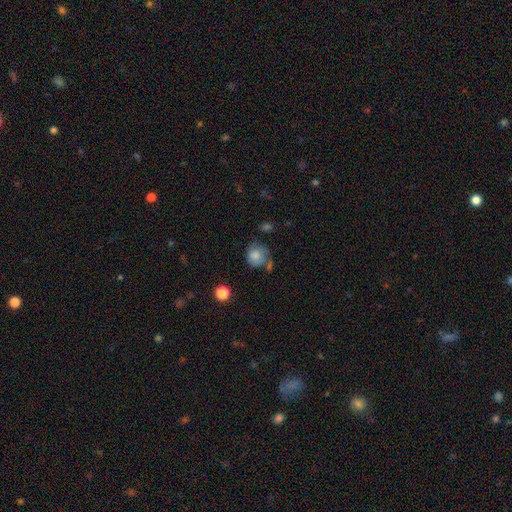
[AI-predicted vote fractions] A smooth galaxy with no disk features (78%) that is round (79%).

Vote fractions:
- Smooth or featured? smooth: 78% / featured or disk: 13% / star or artifact: 9%
- How rounded? round: 79% / in between: 20% / cigar-shaped: 1%
- Merging? none: 52% / minor disturbance: 26% / merger: 12% / major disturbance: 10%